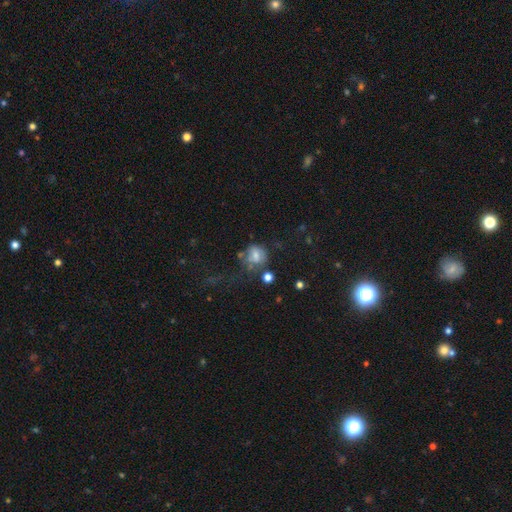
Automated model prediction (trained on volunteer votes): smooth-or-featured: smooth: 62% | featured or disk: 22% | star or artifact: 16%
  how-rounded: round: 66% | in between: 33% | cigar-shaped: 1%
  merging: none: 41% | major disturbance: 22% | minor disturbance: 22% | merger: 14%